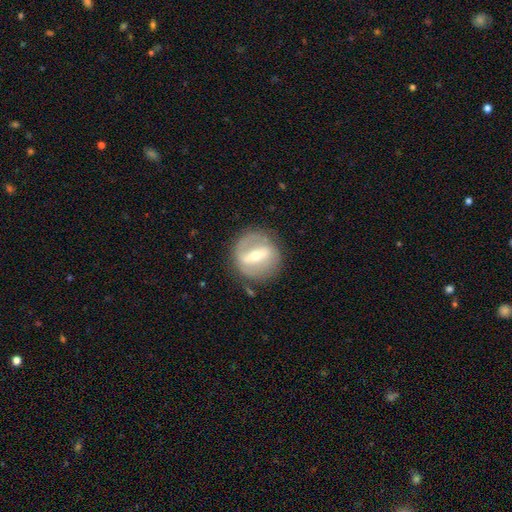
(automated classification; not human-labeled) This appears to be a featured or disk galaxy (71%) with a strong bar (67%), no spiral arms (55%) and a moderate central bulge (49%). Merging: none (78%).